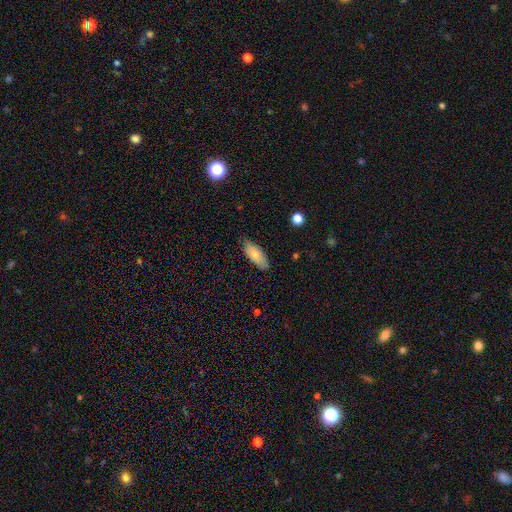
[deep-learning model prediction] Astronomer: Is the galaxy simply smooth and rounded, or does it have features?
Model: smooth — 81%.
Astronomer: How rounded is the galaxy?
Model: in between — 77%.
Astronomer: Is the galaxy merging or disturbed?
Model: none — 82%.